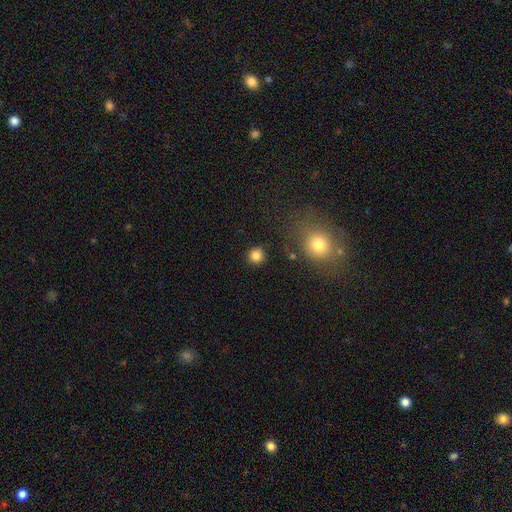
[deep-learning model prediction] Q: Smooth or featured?
A: smooth (84%); runner-up: star or artifact (12%)
Q: How rounded?
A: round (93%); runner-up: in between (6%)
Q: Merging?
A: none (88%); runner-up: minor disturbance (7%)